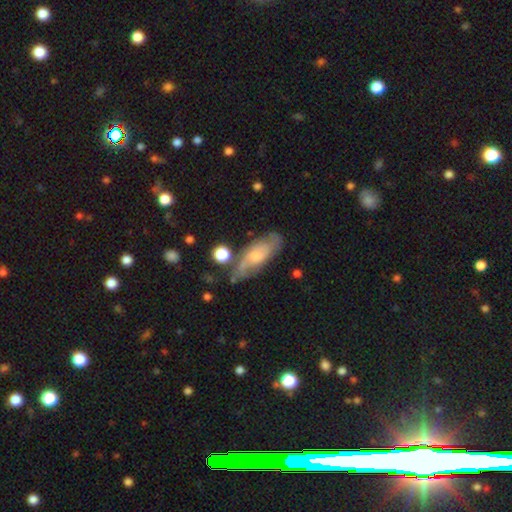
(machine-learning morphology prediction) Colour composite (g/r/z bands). It shows a featured or disk galaxy (57%). Merging: none (62%).